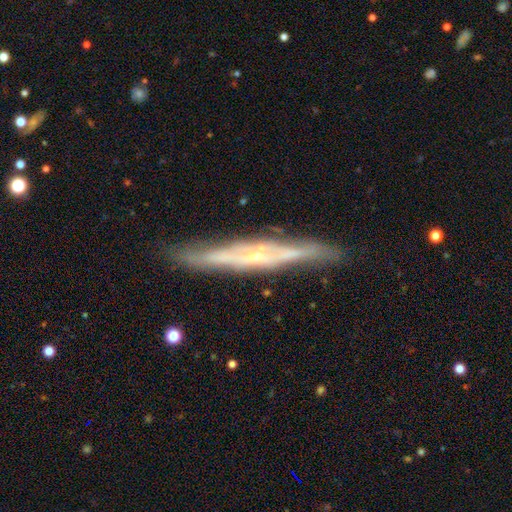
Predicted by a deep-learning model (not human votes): This appears to be a featured or disk galaxy (79%) viewed edge-on (88%) with a rounded central bulge (57%). Merging: none (83%).